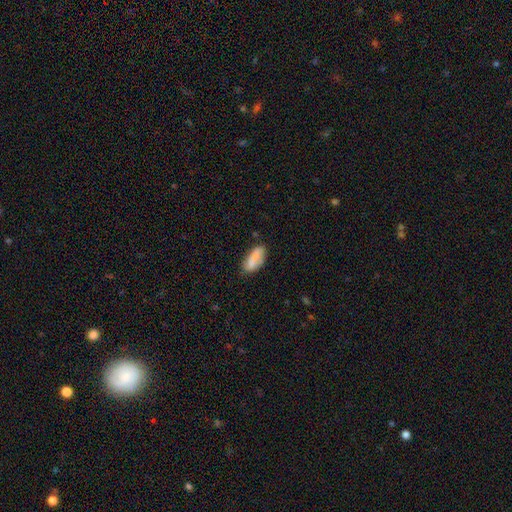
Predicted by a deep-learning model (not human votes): Smooth or featured?
  - smooth: 72% *
  - featured or disk: 20%
  - star or artifact: 8%
How rounded?
  - in between: 80% *
  - cigar-shaped: 17%
  - round: 3%
Merging?
  - none: 60% *
  - minor disturbance: 23%
  - merger: 10%
  - major disturbance: 7%